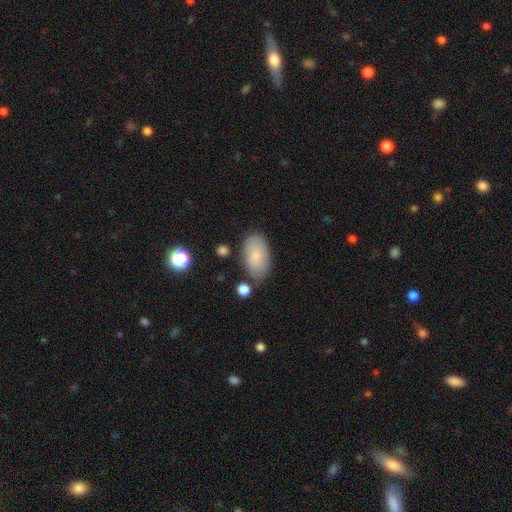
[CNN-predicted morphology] type=smooth (77%); roundness=in between (94%); merging=none (76%).